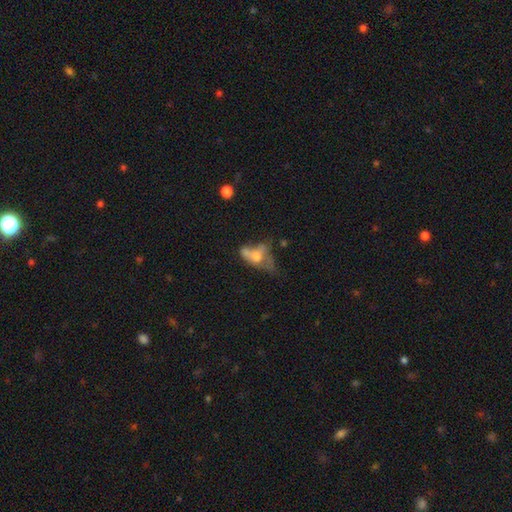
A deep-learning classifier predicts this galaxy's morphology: Smooth or featured? smooth (47%)
Merging? major disturbance (33%)